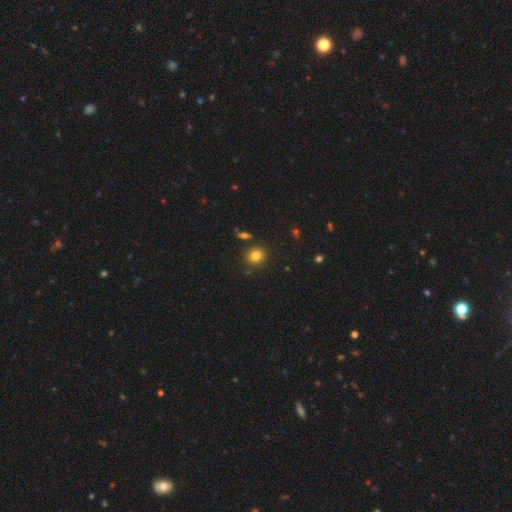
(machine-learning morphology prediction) This is clearly a smooth galaxy (81%). How rounded: clearly round (88%). Merging: clearly none (85%).